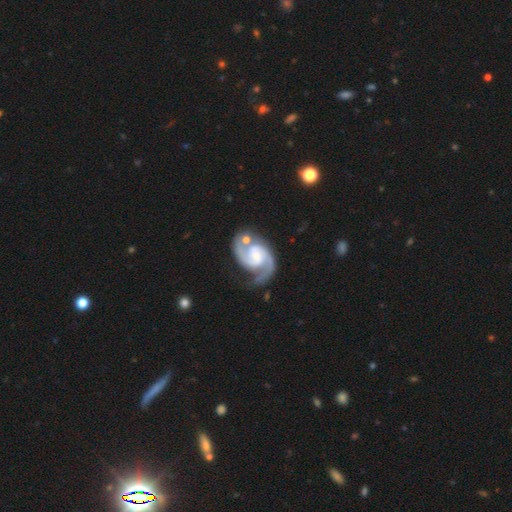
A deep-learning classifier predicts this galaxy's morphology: Smooth or featured: featured or disk — 92% (star or artifact — 4%)
Edge-on disk: no — 98% (yes — 2%)
Bar: weak — 45% (no — 42%)
Spiral arms: yes — 98% (no — 2%)
Spiral winding: medium — 61% (tight — 22%)
Spiral arm count: 2 — 93% (can't tell — 2%)
Bulge size: small — 51% (moderate — 29%)
Merging: none — 60% (minor disturbance — 18%)